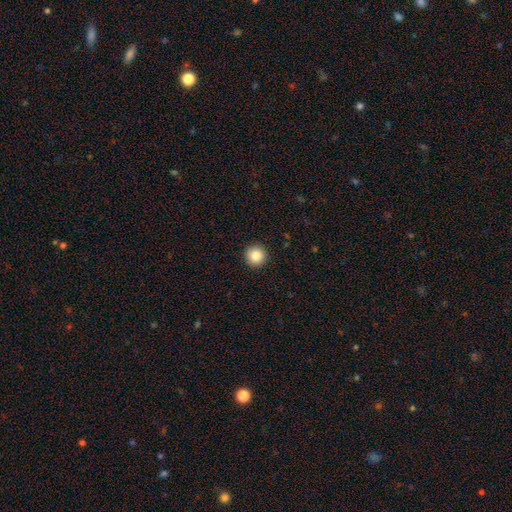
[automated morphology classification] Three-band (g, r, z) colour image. It shows a smooth galaxy with no disk features (85%) that is round (96%). Merging: none (93%).